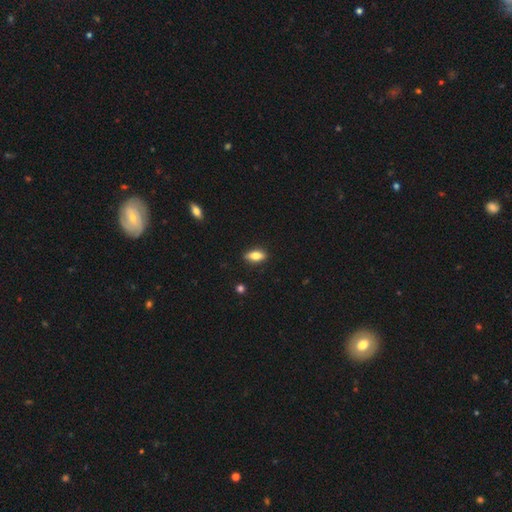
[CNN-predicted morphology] A smooth galaxy with no disk features (75%) that is in between round and cigar-shaped (83%).

Vote fractions:
- Smooth or featured? smooth: 75% / featured or disk: 18% / star or artifact: 7%
- How rounded? in between: 83% / cigar-shaped: 13% / round: 4%
- Merging? none: 88% / minor disturbance: 9% / major disturbance: 2% / merger: 1%